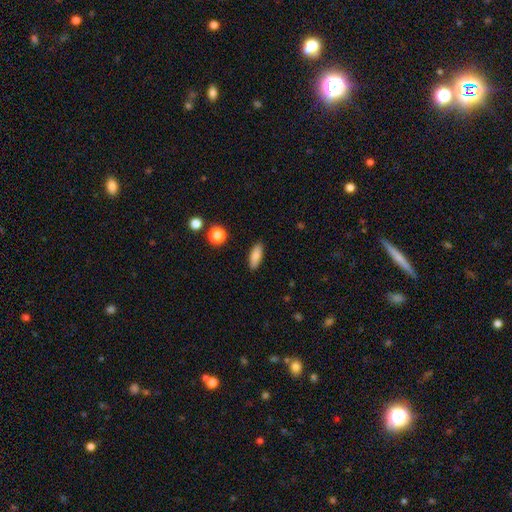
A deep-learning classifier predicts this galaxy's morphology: The model was most divided on "how rounded": in between: 68%, cigar-shaped: 29%, round: 3%. More confident: merging — none (88%); smooth or featured — smooth (84%).